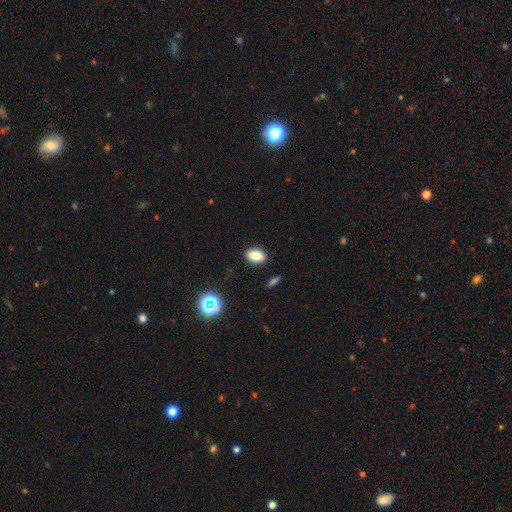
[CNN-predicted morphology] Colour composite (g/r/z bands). It shows a smooth galaxy with no disk features (81%) that is in between round and cigar-shaped (82%). Merging: none (88%).